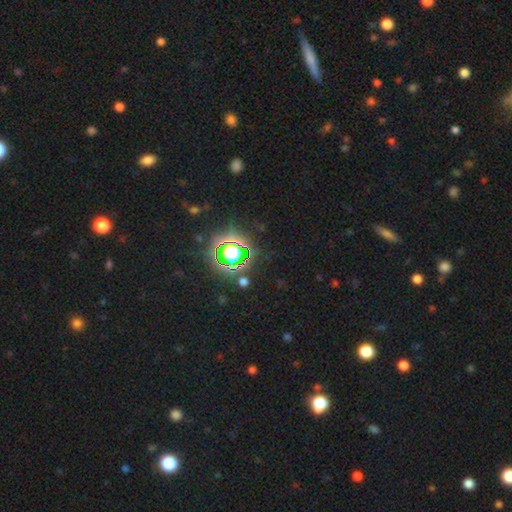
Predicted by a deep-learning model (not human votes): Smooth or featured? star or artifact (77%)